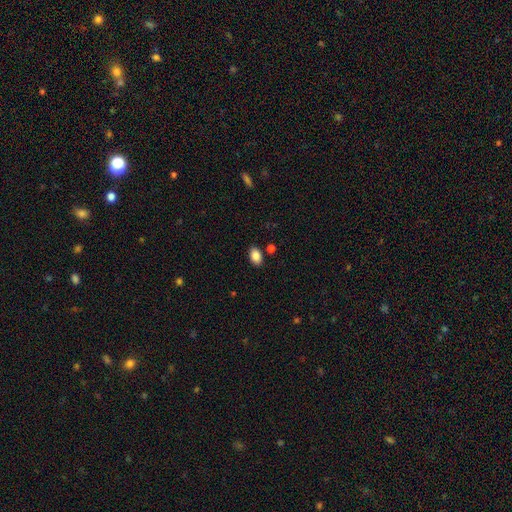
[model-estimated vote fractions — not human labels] The model was most divided on "merging": none: 85%, minor disturbance: 9%, merger: 4%, major disturbance: 2%. More confident: how rounded — in between (89%); smooth or featured — smooth (87%).